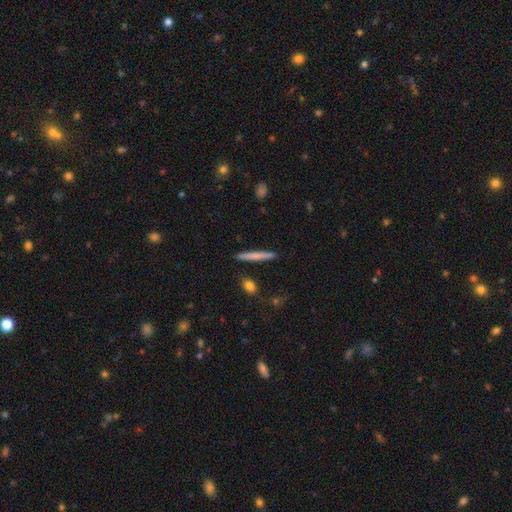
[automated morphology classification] type=smooth (64%); roundness=cigar-shaped (96%); merging=none (90%).